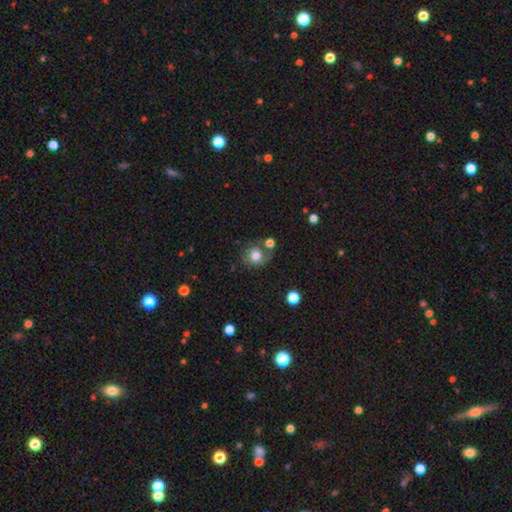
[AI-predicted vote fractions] Smooth or featured?
  - smooth: 68% *
  - featured or disk: 23%
  - star or artifact: 9%
How rounded?
  - round: 79% *
  - in between: 20%
  - cigar-shaped: 1%
Merging?
  - none: 50% *
  - minor disturbance: 19%
  - merger: 19%
  - major disturbance: 12%